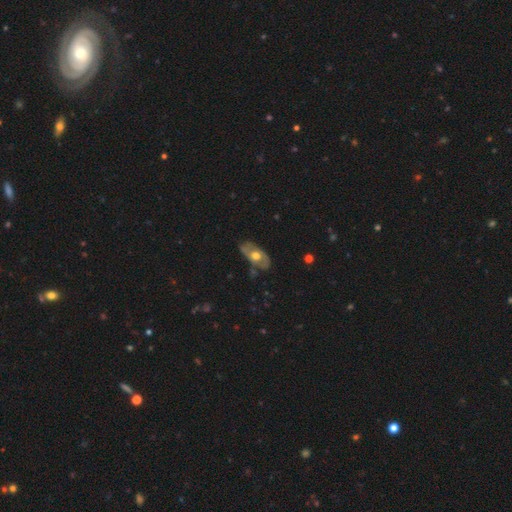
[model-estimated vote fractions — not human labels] A featured or disk galaxy (54%).

Vote fractions:
- Smooth or featured? featured or disk: 54% / smooth: 40% / star or artifact: 6%
- Edge-on disk? no: 83% / yes: 17%
- Merging? none: 66% / minor disturbance: 24% / major disturbance: 7% / merger: 3%